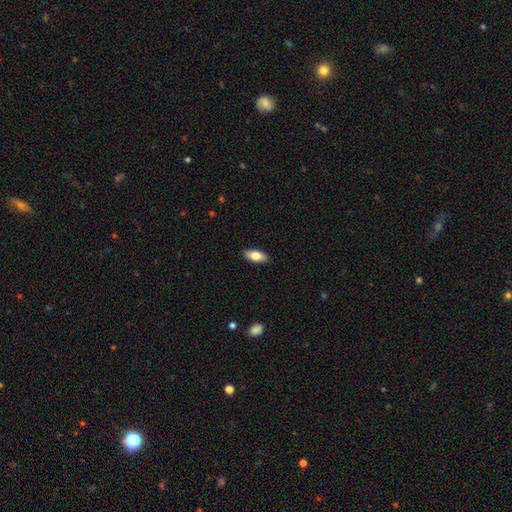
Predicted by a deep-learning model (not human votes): Smooth or featured? Predicted: smooth (p=0.77). How rounded? Predicted: in between (p=0.85). Merging? Predicted: none (p=0.88).